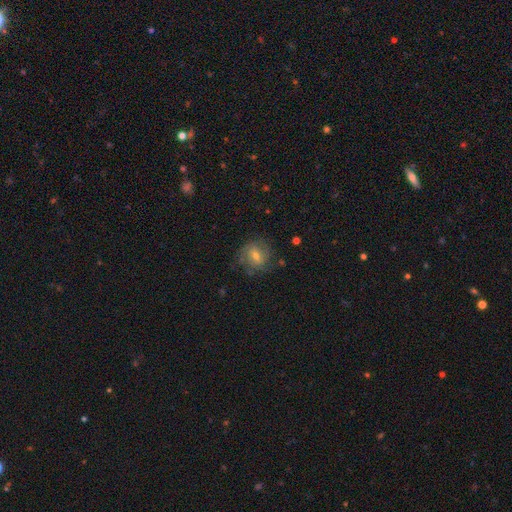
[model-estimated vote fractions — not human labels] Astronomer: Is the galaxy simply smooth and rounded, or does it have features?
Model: featured or disk — 50% (runner-up: smooth, 40%).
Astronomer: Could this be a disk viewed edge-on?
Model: no — 96%.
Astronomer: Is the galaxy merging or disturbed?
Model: none — 72%.